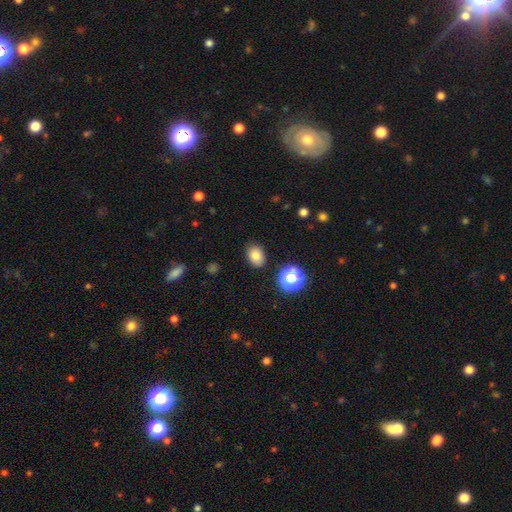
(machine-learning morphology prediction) smooth 82%, star or artifact 12%, featured or disk 6%. Down the decision tree: how rounded — in between (69%); merging — none (85%).